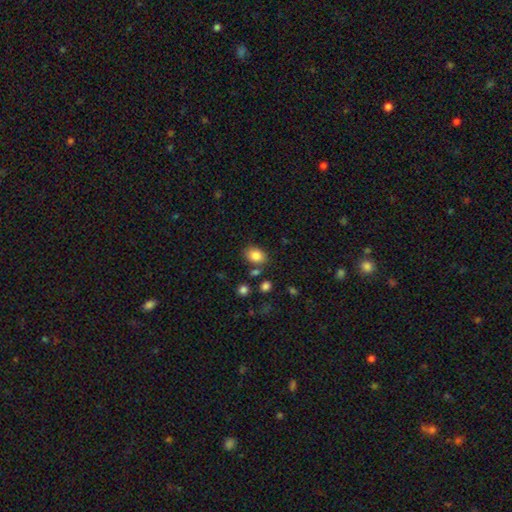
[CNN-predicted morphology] smooth_or_featured: smooth (p=0.85) [alt: star or artifact p=0.09]
how_rounded: in between (p=0.69) [alt: round p=0.30]
merging: none (p=0.75) [alt: minor disturbance p=0.14]